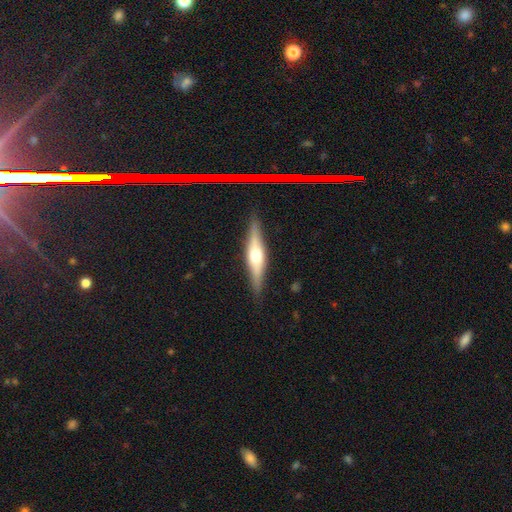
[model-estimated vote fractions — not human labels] A featured or disk galaxy (66%) viewed edge-on (95%) with a rounded central bulge (90%).

Vote fractions:
- Smooth or featured? featured or disk: 66% / smooth: 27% / star or artifact: 6%
- Edge-on disk? yes: 95% / no: 5%
- Edge-on bulge? rounded: 90% / boxy: 7% / none: 3%
- Merging? none: 87% / minor disturbance: 9% / major disturbance: 2% / merger: 1%